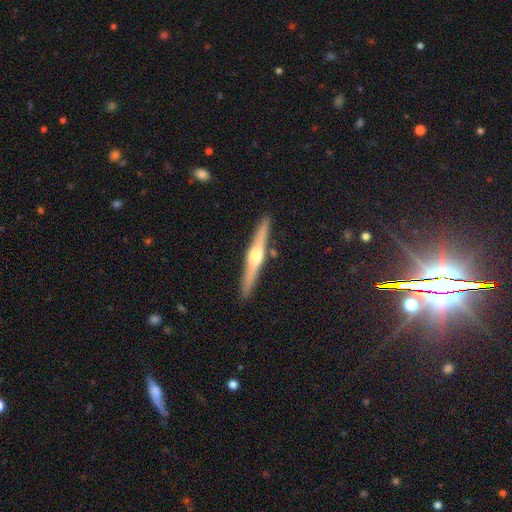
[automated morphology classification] type=featured or disk (71%); edge-on=yes (97%); edge-on bulge=rounded (93%); merging=none (89%).